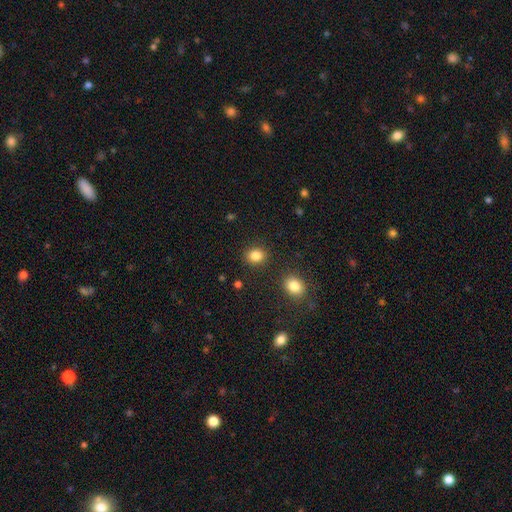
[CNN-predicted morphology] Smooth or featured?
  - smooth: 84% *
  - star or artifact: 11%
  - featured or disk: 5%
How rounded?
  - round: 64% *
  - in between: 35%
  - cigar-shaped: 1%
Merging?
  - none: 87% *
  - minor disturbance: 7%
  - merger: 3%
  - major disturbance: 3%